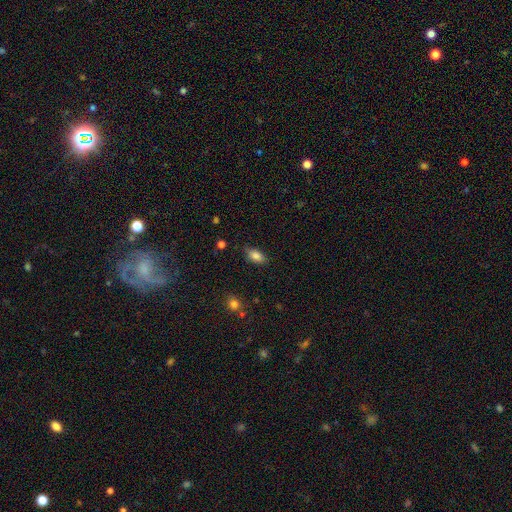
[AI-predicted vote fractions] The model was most divided on "merging": none: 79%, minor disturbance: 17%, major disturbance: 3%, merger: 1%. More confident: how rounded — in between (89%); smooth or featured — smooth (85%).